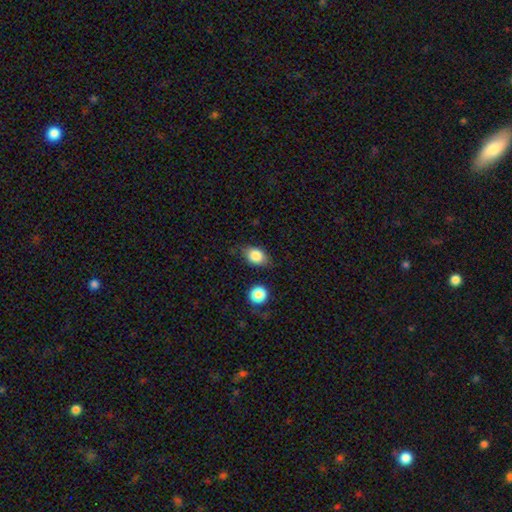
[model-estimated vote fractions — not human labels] A smooth galaxy with no disk features (84%) that is in between round and cigar-shaped (69%).

Vote fractions:
- Smooth or featured? smooth: 84% / star or artifact: 8% / featured or disk: 8%
- How rounded? in between: 69% / round: 29% / cigar-shaped: 2%
- Merging? none: 72% / minor disturbance: 19% / major disturbance: 5% / merger: 4%